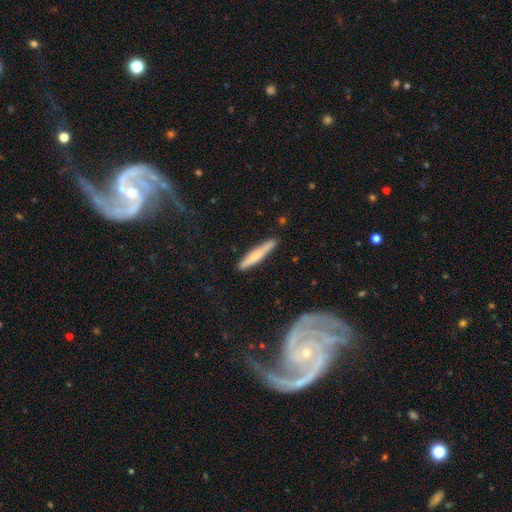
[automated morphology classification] Smooth or featured? Predicted: smooth (p=0.64). How rounded? Predicted: cigar-shaped (p=0.94). Merging? Predicted: none (p=0.88).